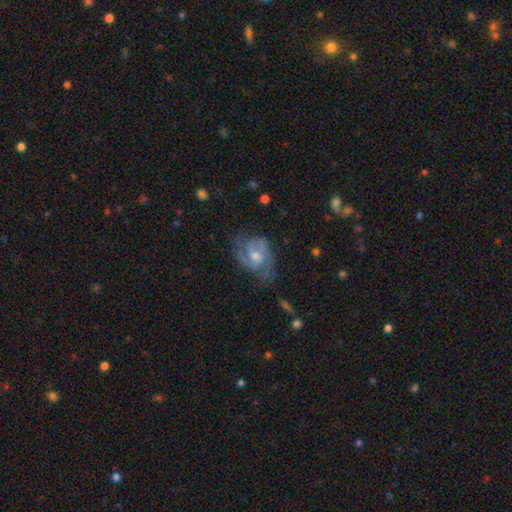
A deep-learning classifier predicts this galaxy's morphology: Q: Smooth or featured?
A: featured or disk (80%); runner-up: smooth (13%)
Q: Edge-on disk?
A: no (97%); runner-up: yes (3%)
Q: Bar?
A: no (57%); runner-up: weak (37%)
Q: Spiral arms?
A: yes (93%); runner-up: no (7%)
Q: Spiral winding?
A: medium (46%); runner-up: tight (39%)
Q: Spiral arm count?
A: 2 (53%); runner-up: 3 (19%)
Q: Bulge size?
A: moderate (61%); runner-up: small (30%)
Q: Merging?
A: none (63%); runner-up: minor disturbance (22%)